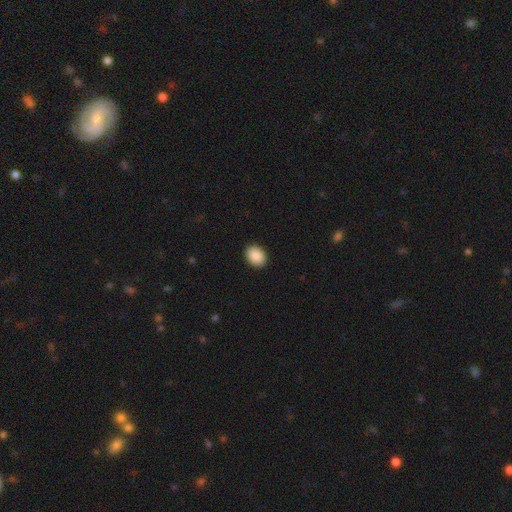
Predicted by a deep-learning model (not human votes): Q: Smooth or featured?
A: smooth (90%); runner-up: star or artifact (7%)
Q: How rounded?
A: in between (66%); runner-up: round (34%)
Q: Merging?
A: none (92%); runner-up: minor disturbance (6%)